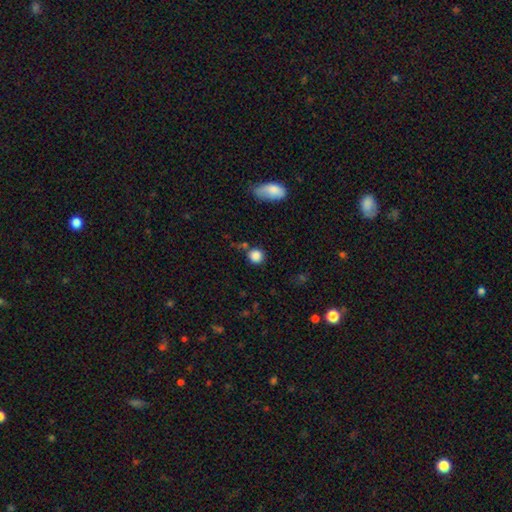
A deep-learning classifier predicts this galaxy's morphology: Q: Smooth or featured?
A: smooth (86%); runner-up: star or artifact (10%)
Q: How rounded?
A: round (90%); runner-up: in between (9%)
Q: Merging?
A: none (74%); runner-up: minor disturbance (13%)